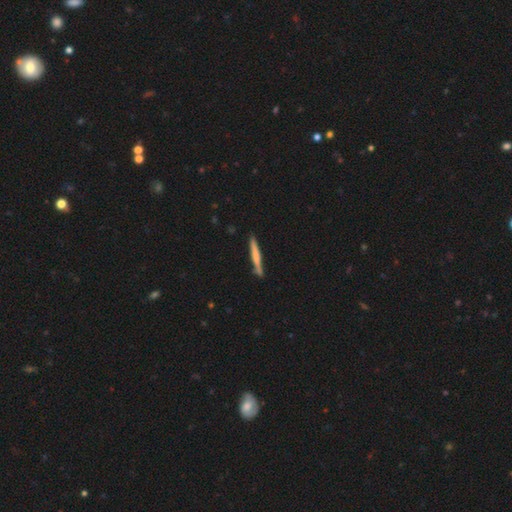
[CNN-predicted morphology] A smooth galaxy with no disk features (59%) that is cigar-shaped (96%). Merging: none (84%).